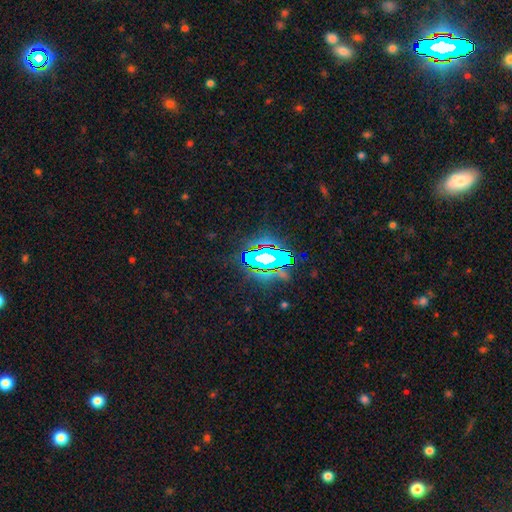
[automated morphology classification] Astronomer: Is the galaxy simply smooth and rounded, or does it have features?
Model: star or artifact — 67%.